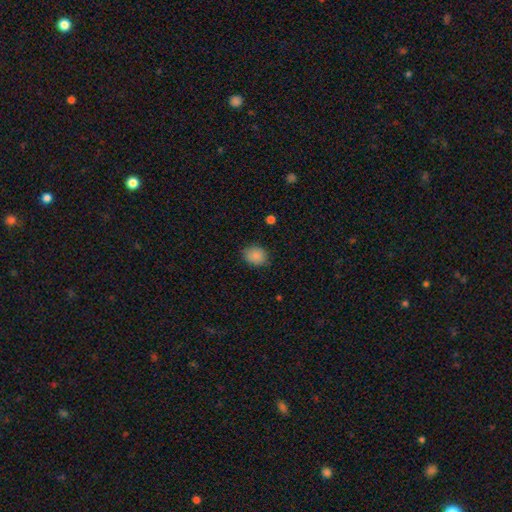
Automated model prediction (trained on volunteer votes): This is clearly a smooth galaxy (87%). How rounded: likely round (60%). Merging: clearly none (82%).